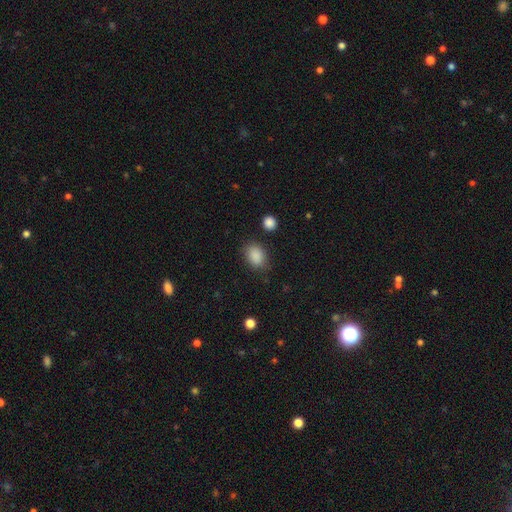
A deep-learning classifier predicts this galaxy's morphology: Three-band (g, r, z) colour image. It shows a smooth galaxy with no disk features (88%) that is in between round and cigar-shaped (73%). Merging: none (79%).